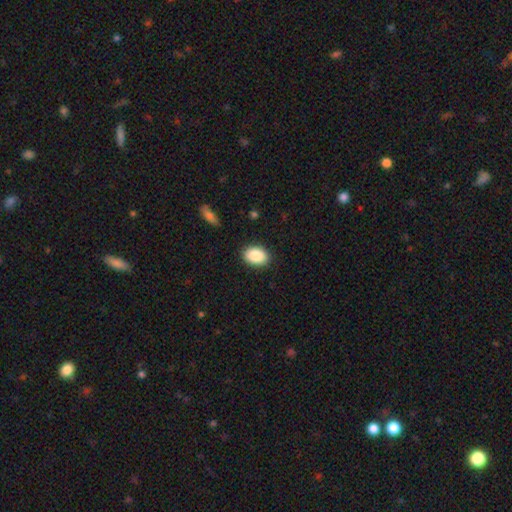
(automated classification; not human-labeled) Smooth or featured: smooth — 87% (star or artifact — 7%)
How rounded: in between — 82% (round — 17%)
Merging: none — 88% (minor disturbance — 9%)